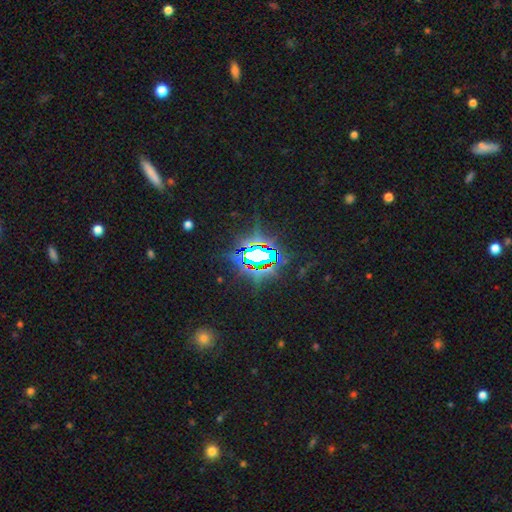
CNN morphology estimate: smooth_or_featured: star or artifact (p=0.81) [alt: featured or disk p=0.10]